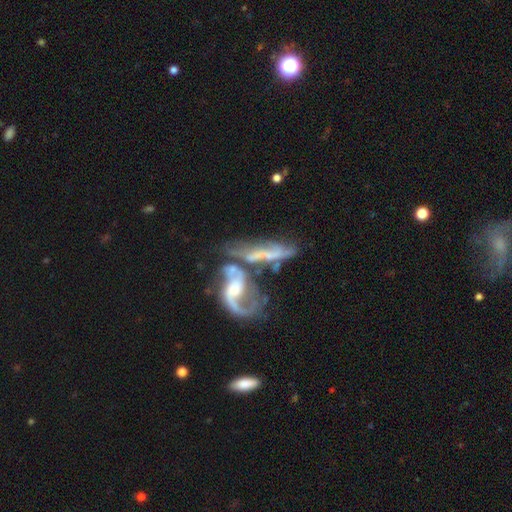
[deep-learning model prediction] A featured or disk galaxy (67%) with no bar (53%), spiral arms (66%) and no central bulge (32%). Merging: merger (61%).